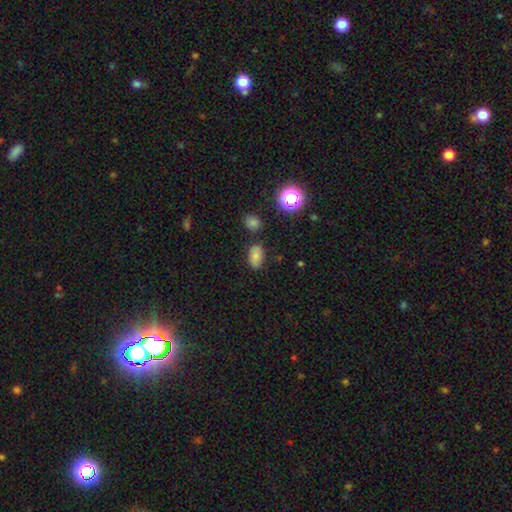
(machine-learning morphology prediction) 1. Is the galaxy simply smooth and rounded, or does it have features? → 75% smooth, 16% star or artifact, 9% featured or disk.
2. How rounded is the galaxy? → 88% in between, 10% round, 2% cigar-shaped.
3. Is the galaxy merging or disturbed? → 74% none, 16% minor disturbance, 6% merger, 4% major disturbance.